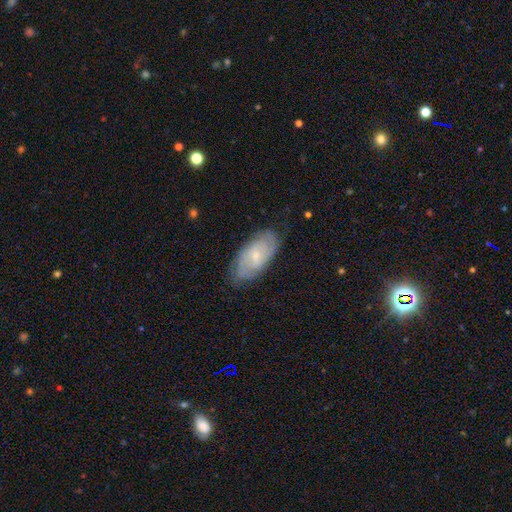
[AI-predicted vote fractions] This appears to be a featured or disk galaxy (60%) with no bar (48%), spiral arms (84%) and a small central bulge (66%). Merging: none (75%).